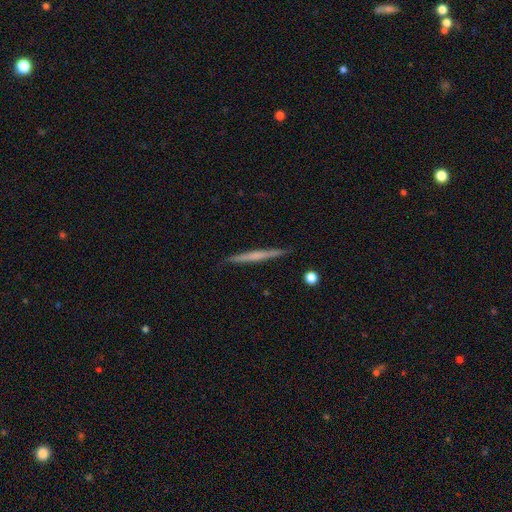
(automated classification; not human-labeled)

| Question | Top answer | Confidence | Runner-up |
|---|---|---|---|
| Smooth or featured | featured or disk | 52% | smooth (43%) |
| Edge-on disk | yes | 97% | no (3%) |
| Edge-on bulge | none | 71% | rounded (21%) |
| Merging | none | 90% | minor disturbance (7%) |